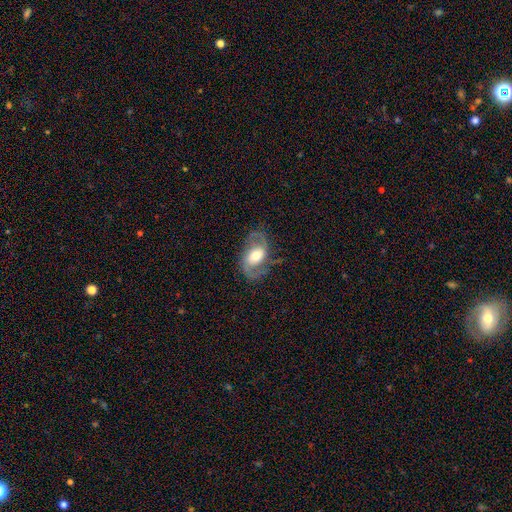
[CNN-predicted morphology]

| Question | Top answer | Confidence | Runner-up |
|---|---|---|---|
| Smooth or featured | featured or disk | 82% | smooth (12%) |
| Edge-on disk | no | 97% | yes (3%) |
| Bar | no | 48% | weak (37%) |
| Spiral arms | yes | 93% | no (7%) |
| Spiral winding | medium | 50% | loose (34%) |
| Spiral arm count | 2 | 90% | can't tell (4%) |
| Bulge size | moderate | 61% | large (21%) |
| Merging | none | 71% | minor disturbance (16%) |